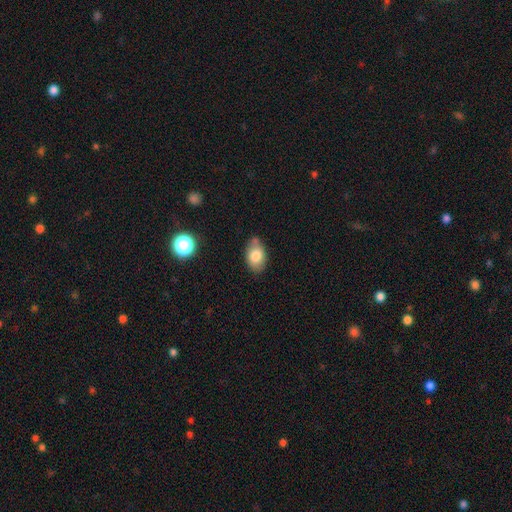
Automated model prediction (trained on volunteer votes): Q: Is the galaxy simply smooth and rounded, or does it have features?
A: smooth — 80%.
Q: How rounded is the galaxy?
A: in between — 86%.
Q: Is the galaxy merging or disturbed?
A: none — 68%.